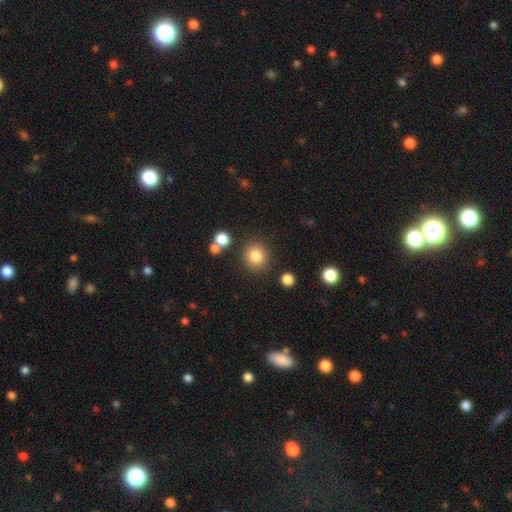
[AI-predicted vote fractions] Smooth or featured? smooth (84%)
How rounded? round (88%)
Merging? none (84%)